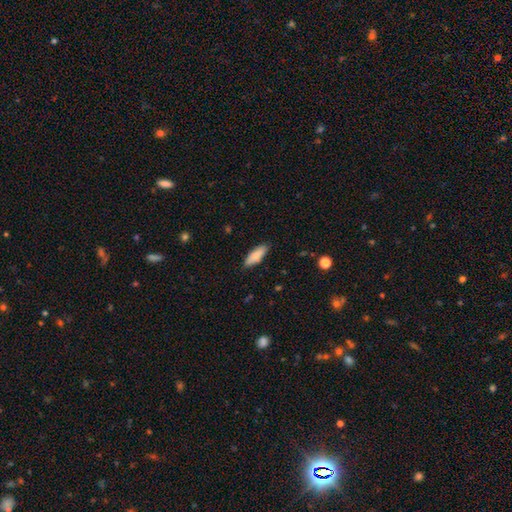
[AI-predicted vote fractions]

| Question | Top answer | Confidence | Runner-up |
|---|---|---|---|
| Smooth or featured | smooth | 85% | featured or disk (9%) |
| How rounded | in between | 58% | cigar-shaped (40%) |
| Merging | none | 85% | minor disturbance (11%) |